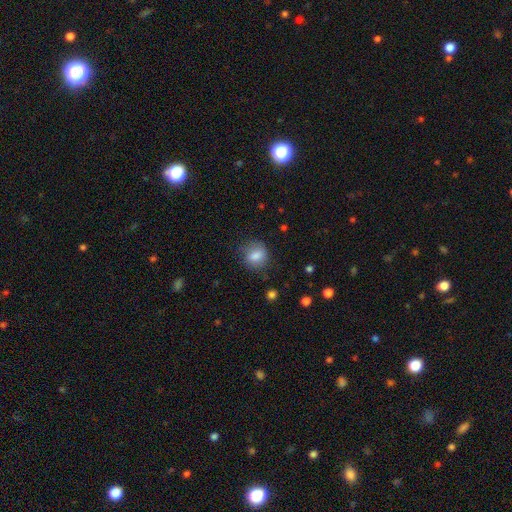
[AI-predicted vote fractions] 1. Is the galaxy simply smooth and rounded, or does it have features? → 81% smooth, 10% featured or disk, 9% star or artifact.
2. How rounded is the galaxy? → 64% round, 35% in between, 1% cigar-shaped.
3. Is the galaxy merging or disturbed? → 72% none, 20% minor disturbance, 7% major disturbance, 1% merger.